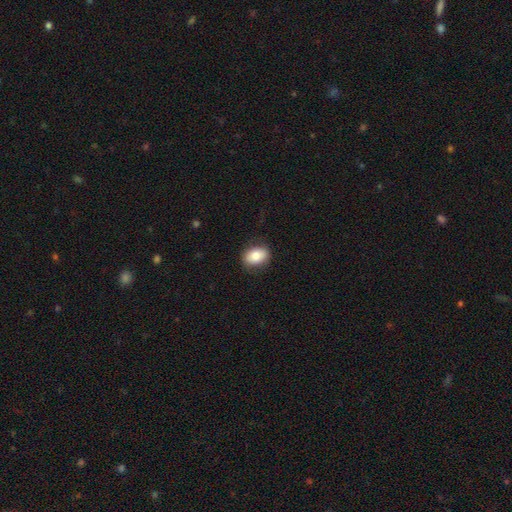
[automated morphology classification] This appears to be a smooth galaxy with no disk features (80%) that is in between round and cigar-shaped (78%). Merging: none (83%).